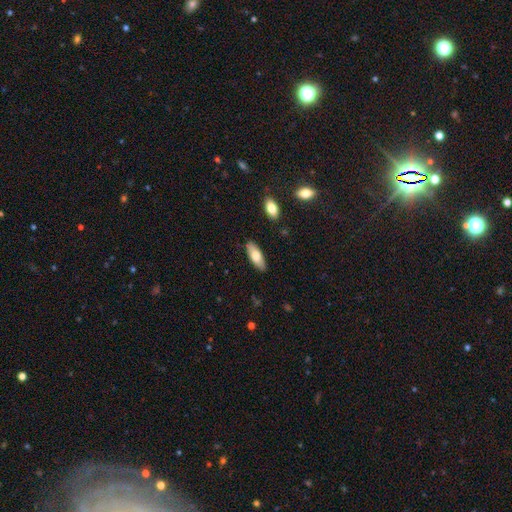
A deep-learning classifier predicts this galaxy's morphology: A smooth galaxy with no disk features (74%) that is in between round and cigar-shaped (71%).

Vote fractions:
- Smooth or featured? smooth: 74% / featured or disk: 20% / star or artifact: 6%
- How rounded? in between: 71% / cigar-shaped: 27% / round: 2%
- Merging? none: 86% / minor disturbance: 10% / major disturbance: 2% / merger: 1%